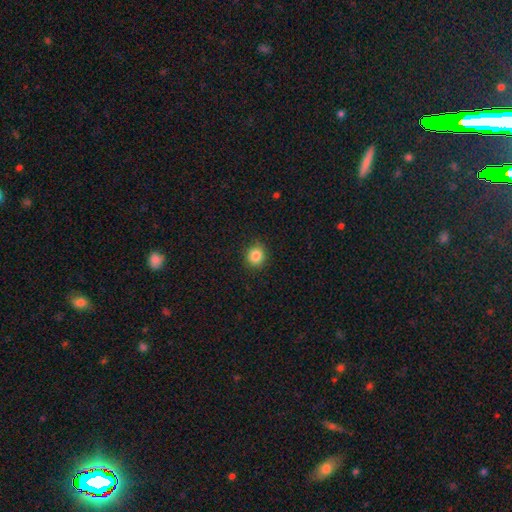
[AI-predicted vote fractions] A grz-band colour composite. It shows a smooth galaxy with no disk features (86%) that is round (84%). Merging: none (87%).